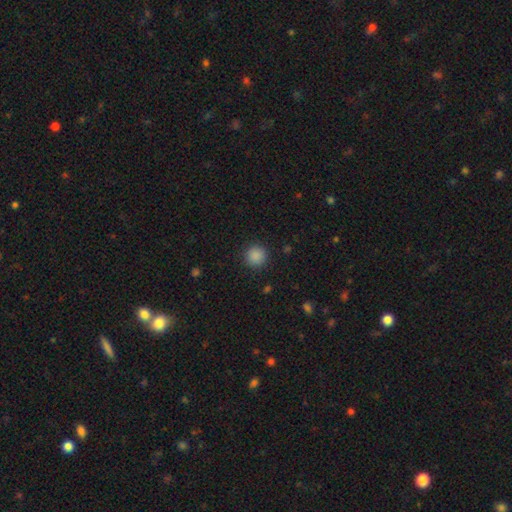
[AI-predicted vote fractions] smooth 87%, star or artifact 10%, featured or disk 3%. Down the decision tree: how rounded — round (94%); merging — none (90%).